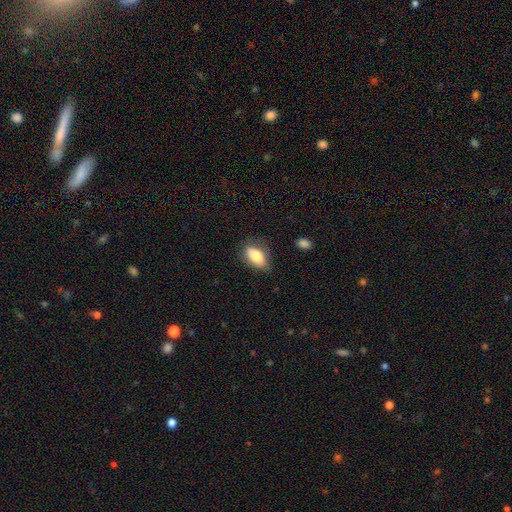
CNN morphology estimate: Smooth or featured? smooth (78%)
How rounded? in between (88%)
Merging? none (64%)